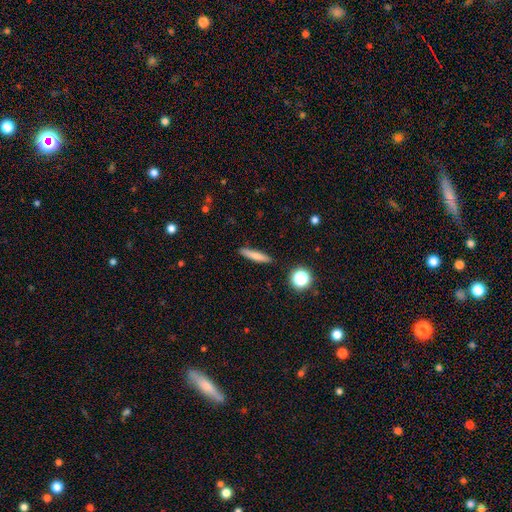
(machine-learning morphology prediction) Q: Smooth or featured?
A: smooth (72%); runner-up: featured or disk (19%)
Q: How rounded?
A: cigar-shaped (87%); runner-up: in between (10%)
Q: Merging?
A: none (88%); runner-up: minor disturbance (8%)